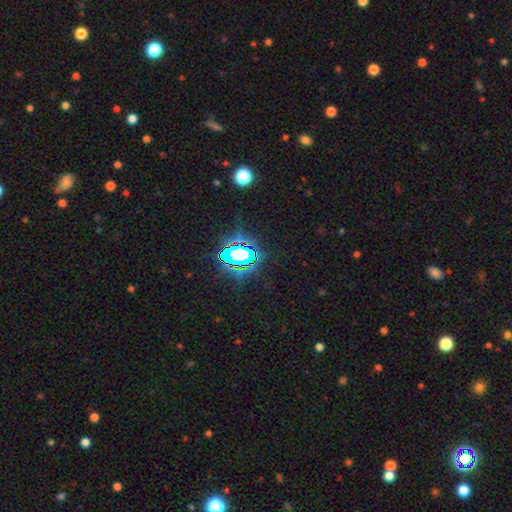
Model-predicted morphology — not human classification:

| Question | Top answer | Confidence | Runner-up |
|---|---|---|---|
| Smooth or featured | star or artifact | 83% | smooth (11%) |